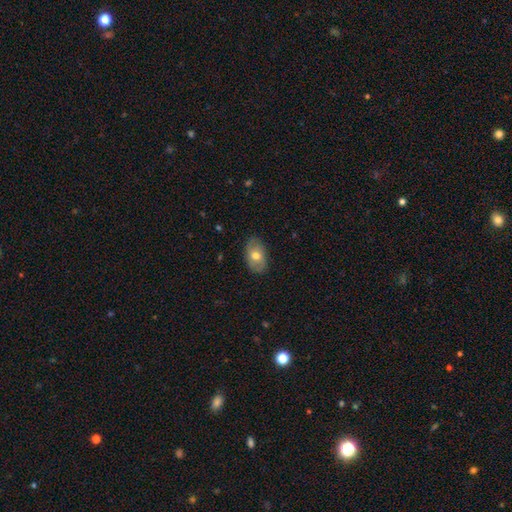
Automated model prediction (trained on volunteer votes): smooth_or_featured: smooth (p=0.61) [alt: featured or disk p=0.32]
how_rounded: in between (p=0.88) [alt: round p=0.11]
merging: none (p=0.82) [alt: minor disturbance p=0.14]